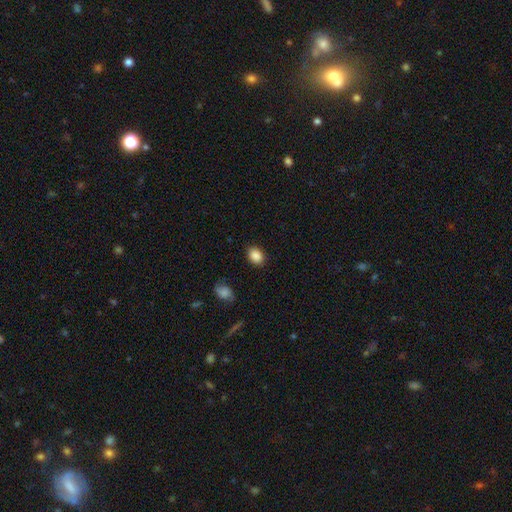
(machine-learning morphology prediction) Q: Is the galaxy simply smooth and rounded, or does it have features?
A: smooth — 87%.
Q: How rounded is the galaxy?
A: in between — 62%.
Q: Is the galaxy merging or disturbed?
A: none — 86%.